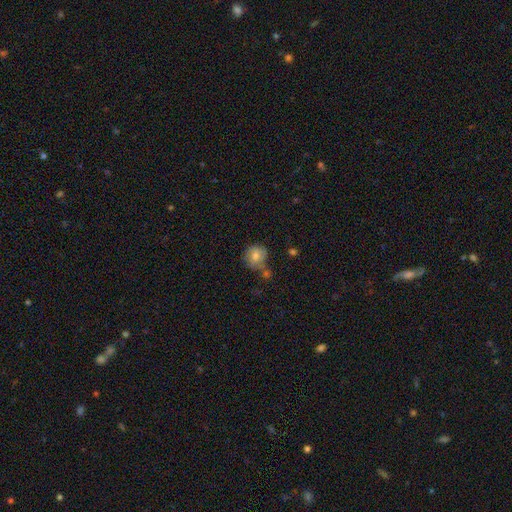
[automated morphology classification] smooth 74%, featured or disk 16%, star or artifact 9%. Down the decision tree: how rounded — round (82%); merging — none (57%).